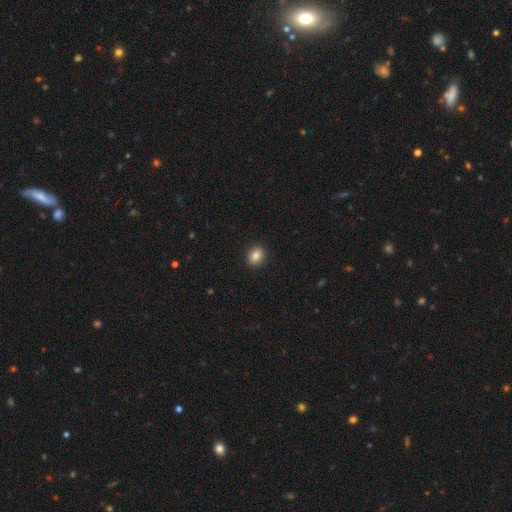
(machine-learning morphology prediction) This appears to be a smooth galaxy with no disk features (85%) that is in between round and cigar-shaped (50%). Merging: none (91%).